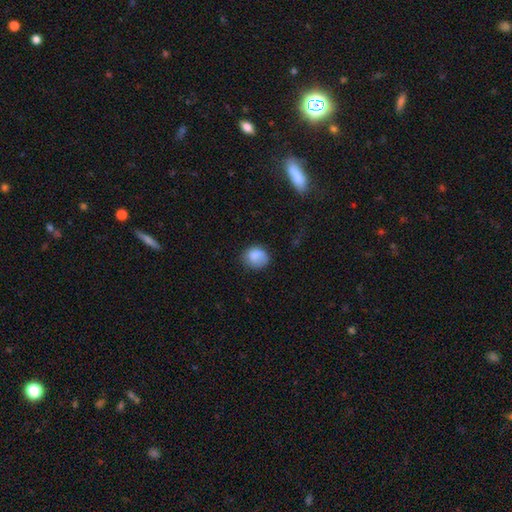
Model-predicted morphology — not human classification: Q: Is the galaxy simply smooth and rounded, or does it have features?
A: smooth — 83%.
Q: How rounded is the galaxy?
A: round — 74%.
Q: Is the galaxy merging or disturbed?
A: none — 66%.